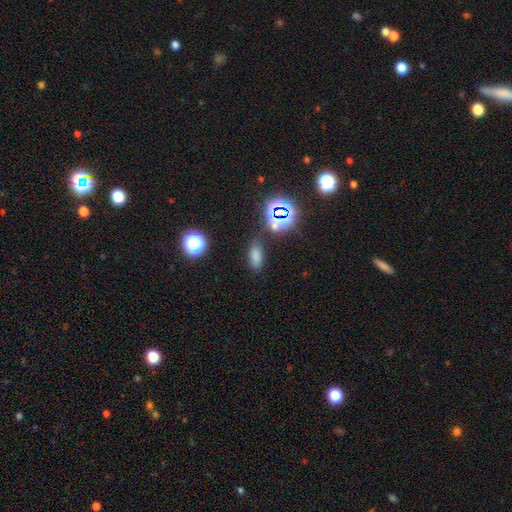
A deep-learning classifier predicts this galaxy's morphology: type=smooth (69%); roundness=in between (80%); merging=none (77%).